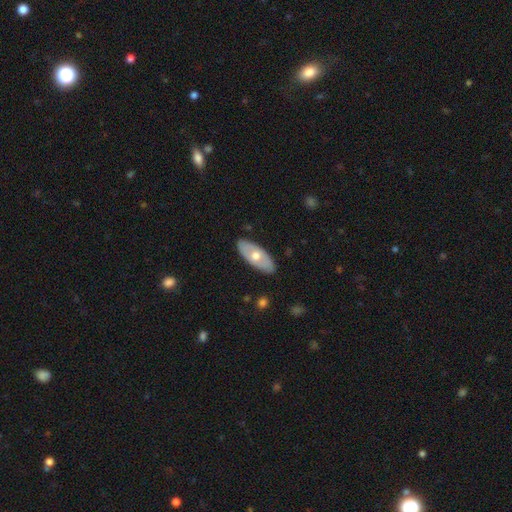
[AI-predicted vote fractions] smooth-or-featured: smooth: 51% | featured or disk: 45% | star or artifact: 5%
  how-rounded: in between: 85% | cigar-shaped: 12% | round: 3%
  merging: none: 86% | minor disturbance: 11% | major disturbance: 2% | merger: 1%